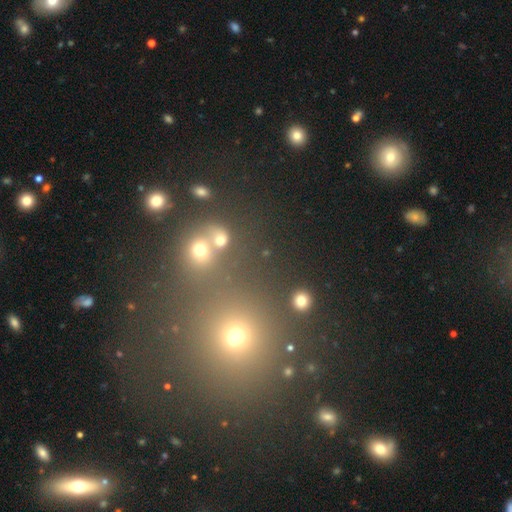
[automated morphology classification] smooth-or-featured: smooth: 49% | star or artifact: 42% | featured or disk: 9%
  merging: none: 75% | merger: 12% | minor disturbance: 9% | major disturbance: 5%